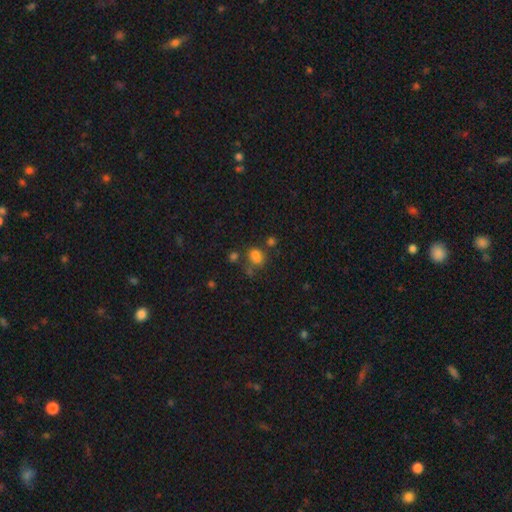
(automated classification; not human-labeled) smooth_or_featured: smooth (p=0.75) [alt: star or artifact p=0.17]
how_rounded: in between (p=0.51) [alt: round p=0.48]
merging: none (p=0.53) [alt: merger p=0.20]